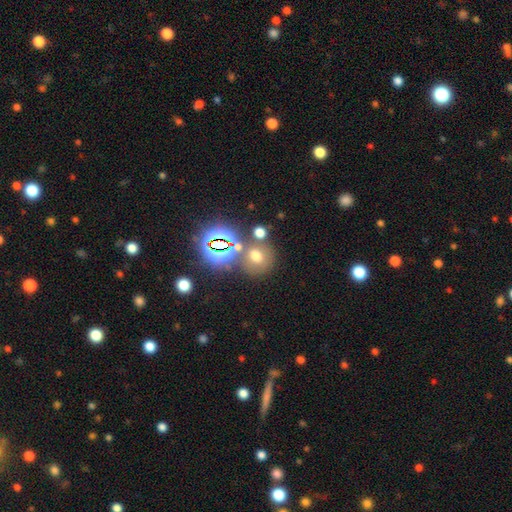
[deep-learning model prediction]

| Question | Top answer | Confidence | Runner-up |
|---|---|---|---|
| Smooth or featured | smooth | 57% | star or artifact (30%) |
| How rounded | round | 77% | in between (22%) |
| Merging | none | 63% | merger (21%) |